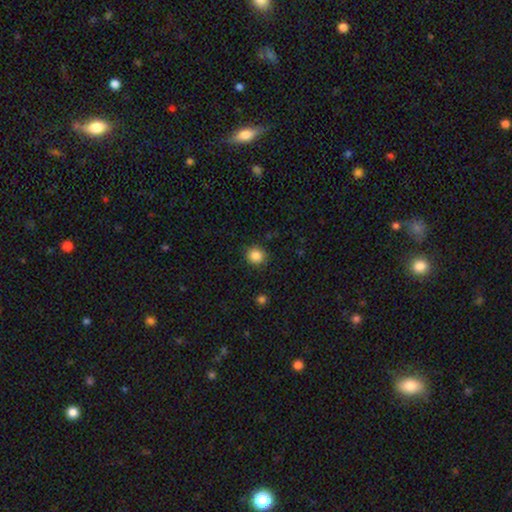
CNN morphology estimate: Overall: smooth (86%). How rounded: round (88%). Merging: none (89%).